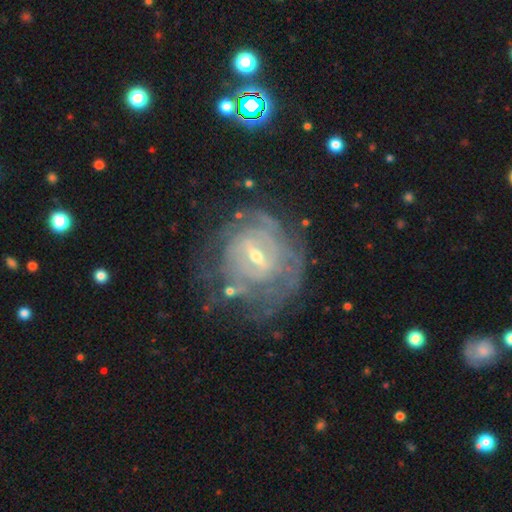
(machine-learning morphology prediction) Smooth or featured?
  - featured or disk: 85% *
  - smooth: 9%
  - star or artifact: 6%
Edge-on disk?
  - no: 96% *
  - yes: 4%
Bar?
  - weak: 52% *
  - strong: 31%
  - no: 16%
Spiral arms?
  - yes: 87% *
  - no: 13%
Spiral winding?
  - tight: 72% *
  - medium: 21%
  - loose: 6%
Spiral arm count?
  - can't tell: 52% *
  - 2: 15%
  - 3: 12%
  - 4: 11%
  - more than 4: 6%
  - 1: 5%
Bulge size?
  - small: 52% *
  - moderate: 44%
  - large: 2%
  - none: 1%
  - dominant: 1%
Merging?
  - none: 62% *
  - minor disturbance: 20%
  - major disturbance: 15%
  - merger: 3%